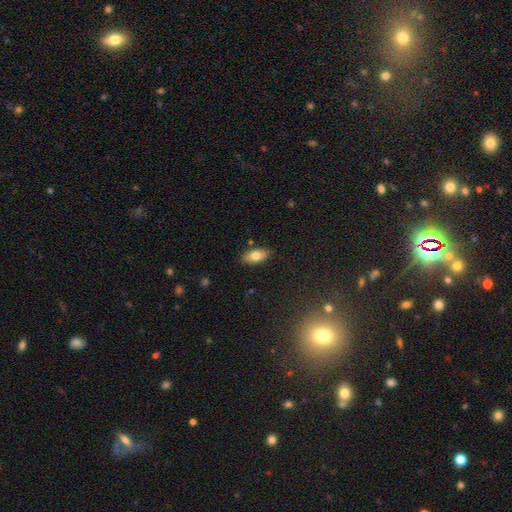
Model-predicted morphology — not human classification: Smooth or featured?
  - smooth: 78% *
  - featured or disk: 15%
  - star or artifact: 8%
How rounded?
  - in between: 91% *
  - cigar-shaped: 5%
  - round: 4%
Merging?
  - none: 86% *
  - minor disturbance: 11%
  - major disturbance: 2%
  - merger: 2%